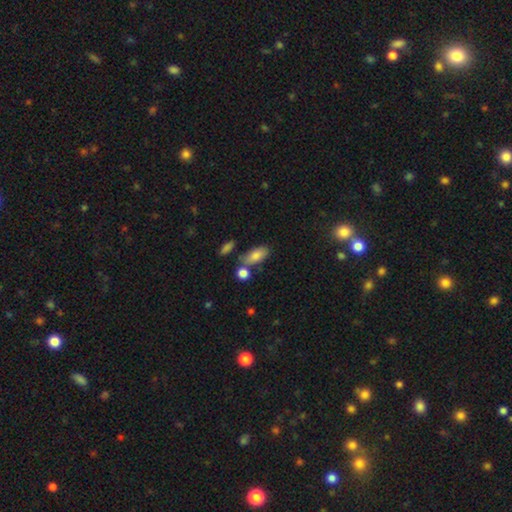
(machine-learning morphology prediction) This is likely a smooth galaxy (80%). How rounded: clearly in between (85%). Merging: likely none (65%).